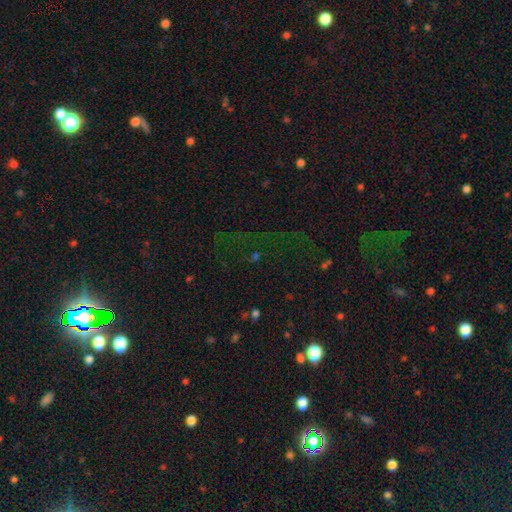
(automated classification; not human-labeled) smooth_or_featured: star or artifact (p=0.67) [alt: smooth p=0.22]